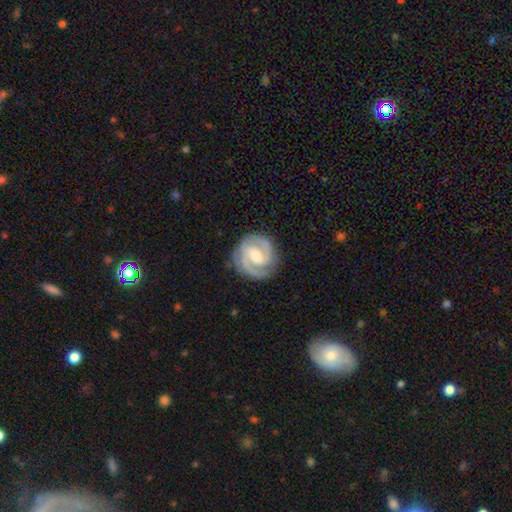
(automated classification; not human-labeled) Smooth or featured: featured or disk — 91% (smooth — 5%)
Edge-on disk: no — 98% (yes — 2%)
Bar: weak — 52% (no — 27%)
Spiral arms: yes — 98% (no — 2%)
Spiral winding: tight — 59% (medium — 37%)
Spiral arm count: 2 — 87% (3 — 6%)
Bulge size: moderate — 58% (small — 32%)
Merging: none — 83% (minor disturbance — 12%)